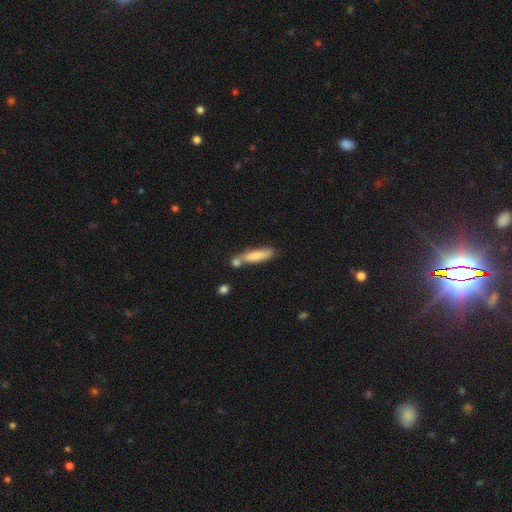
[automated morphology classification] Q: Smooth or featured?
A: smooth (74%); runner-up: featured or disk (20%)
Q: How rounded?
A: cigar-shaped (73%); runner-up: in between (25%)
Q: Merging?
A: none (50%); runner-up: merger (29%)